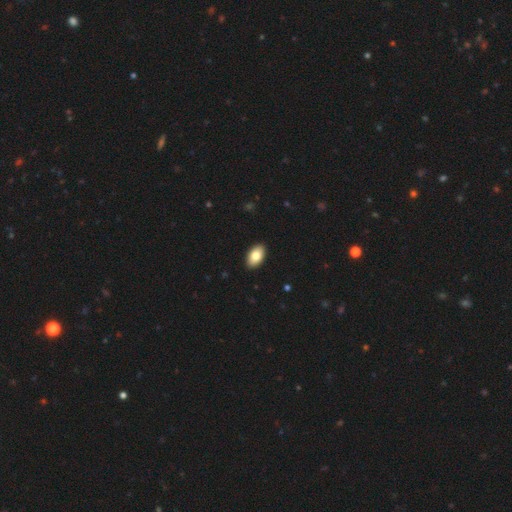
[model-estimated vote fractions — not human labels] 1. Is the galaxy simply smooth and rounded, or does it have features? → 83% smooth, 11% featured or disk, 6% star or artifact.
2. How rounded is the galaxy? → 94% in between, 4% round, 1% cigar-shaped.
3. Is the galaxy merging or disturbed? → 91% none, 7% minor disturbance, 1% major disturbance, 1% merger.